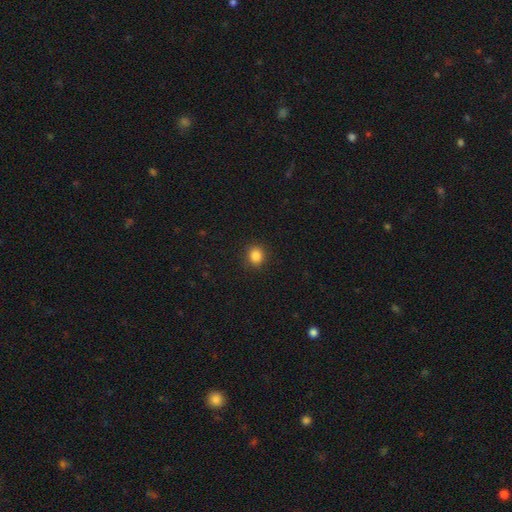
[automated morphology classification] Smooth or featured? Predicted: smooth (p=0.85). How rounded? Predicted: round (p=0.78). Merging? Predicted: none (p=0.90).